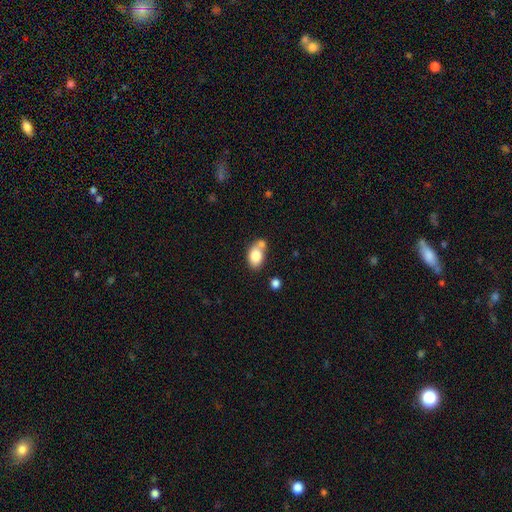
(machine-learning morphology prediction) smooth-or-featured: smooth: 80% | featured or disk: 12% | star or artifact: 8%
  how-rounded: in between: 82% | round: 16% | cigar-shaped: 2%
  merging: none: 45% | merger: 34% | minor disturbance: 16% | major disturbance: 5%